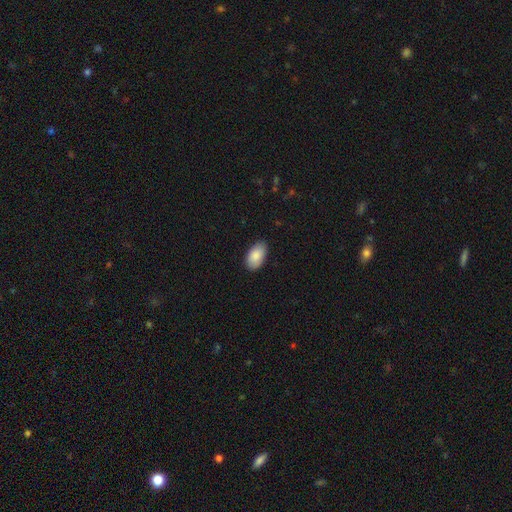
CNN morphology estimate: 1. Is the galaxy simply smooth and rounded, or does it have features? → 88% smooth, 6% featured or disk, 6% star or artifact.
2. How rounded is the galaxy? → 95% in between, 4% round, 2% cigar-shaped.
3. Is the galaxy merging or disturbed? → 84% none, 13% minor disturbance, 2% major disturbance, 1% merger.